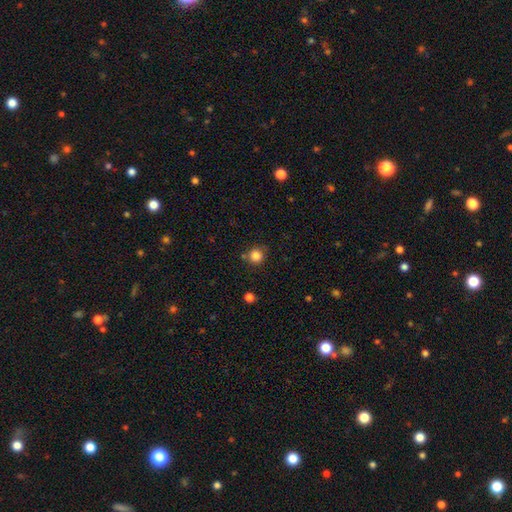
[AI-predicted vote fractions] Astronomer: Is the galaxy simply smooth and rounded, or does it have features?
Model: smooth — 84%.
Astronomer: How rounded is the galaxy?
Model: round — 92%.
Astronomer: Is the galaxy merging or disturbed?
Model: none — 78%.